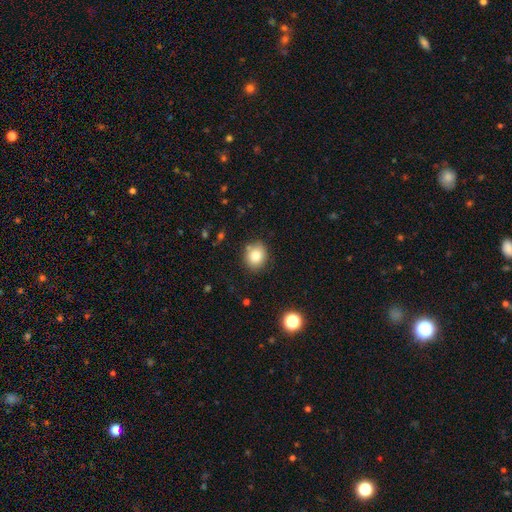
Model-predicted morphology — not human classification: smooth_or_featured: smooth (p=0.83) [alt: star or artifact p=0.10]
how_rounded: round (p=0.72) [alt: in between p=0.27]
merging: none (p=0.82) [alt: minor disturbance p=0.13]